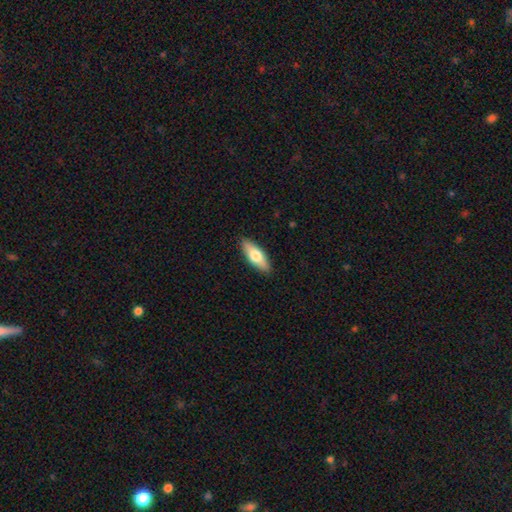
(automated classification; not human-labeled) Smooth or featured? smooth (70%)
How rounded? in between (71%)
Merging? none (89%)